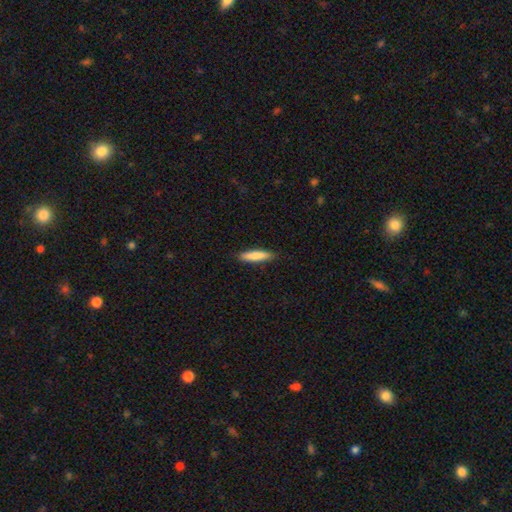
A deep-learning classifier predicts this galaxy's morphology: A smooth galaxy with no disk features (81%) that is cigar-shaped (82%).

Vote fractions:
- Smooth or featured? smooth: 81% / featured or disk: 13% / star or artifact: 5%
- How rounded? cigar-shaped: 82% / in between: 17% / round: 1%
- Merging? none: 88% / minor disturbance: 9% / major disturbance: 2% / merger: 1%